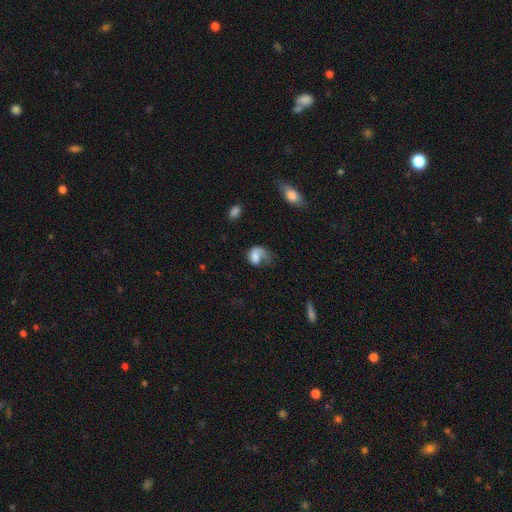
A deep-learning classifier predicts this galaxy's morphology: A smooth galaxy with no disk features (48%).

Vote fractions:
- Smooth or featured? smooth: 48% / featured or disk: 43% / star or artifact: 8%
- Merging? major disturbance: 46% / none: 29% / minor disturbance: 20% / merger: 5%